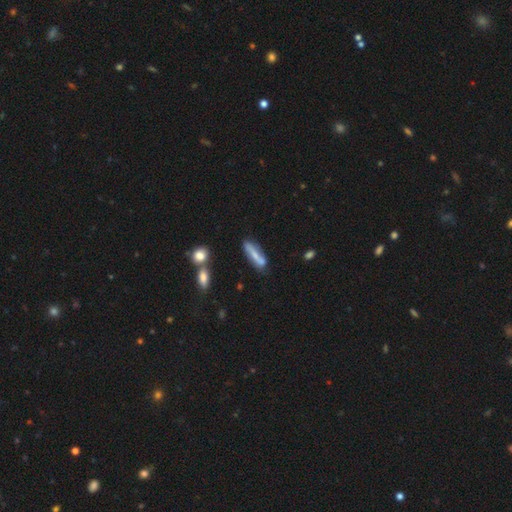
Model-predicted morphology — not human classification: The model was most divided on "smooth or featured": smooth: 57%, featured or disk: 36%, star or artifact: 7%. More confident: how rounded — cigar-shaped (69%); merging — none (61%).